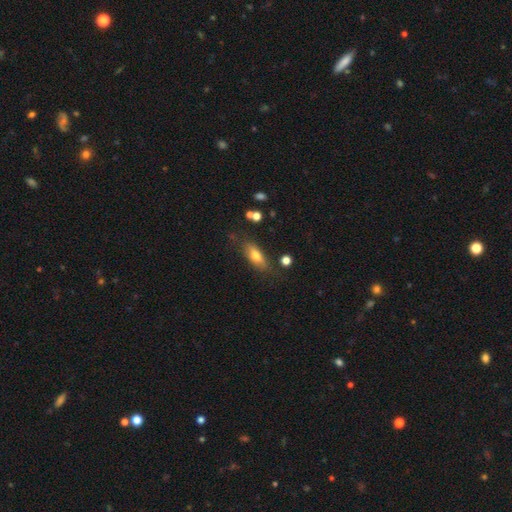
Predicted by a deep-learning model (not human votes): smooth-or-featured: smooth: 69% | featured or disk: 23% | star or artifact: 8%
  how-rounded: in between: 70% | cigar-shaped: 26% | round: 4%
  merging: none: 73% | minor disturbance: 18% | major disturbance: 6% | merger: 4%